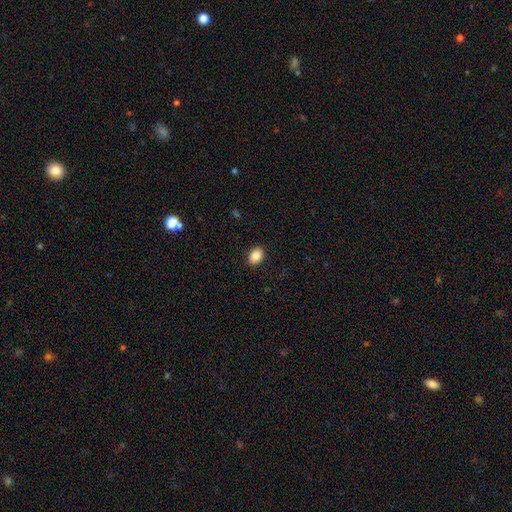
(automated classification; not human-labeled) Smooth or featured?
  - smooth: 88% *
  - star or artifact: 8%
  - featured or disk: 4%
How rounded?
  - in between: 73% *
  - round: 26%
  - cigar-shaped: 1%
Merging?
  - none: 90% *
  - minor disturbance: 7%
  - major disturbance: 2%
  - merger: 1%